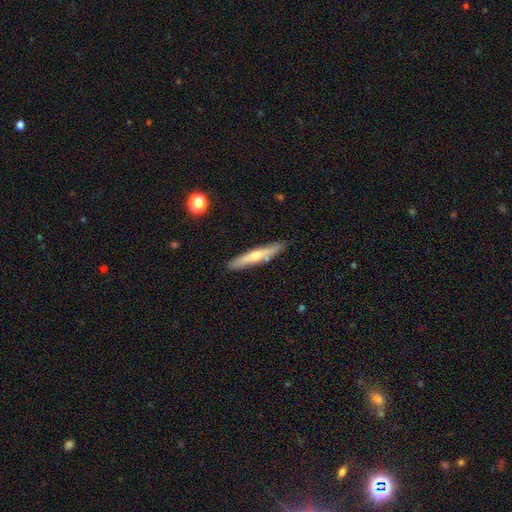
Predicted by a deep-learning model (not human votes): Overall: featured or disk (49%; smooth 45%). Merging: none (83%).